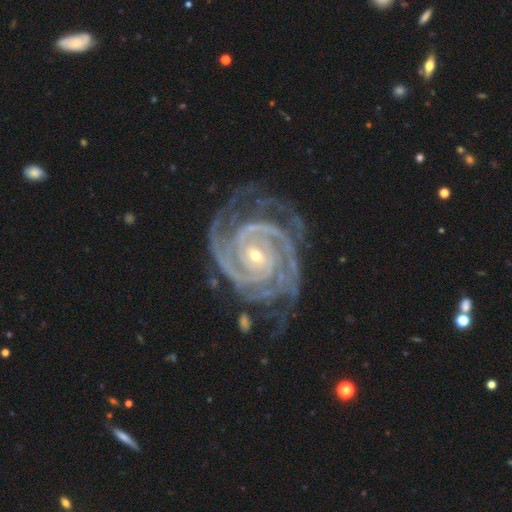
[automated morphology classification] featured or disk 94%, star or artifact 4%, smooth 2%. Down the decision tree: edge-on disk — no (98%); bar — no (57%); spiral arms — yes (99%); spiral arm count — 2 (29%); spiral winding — tight (78%); bulge size — small (73%); merging — none (67%).